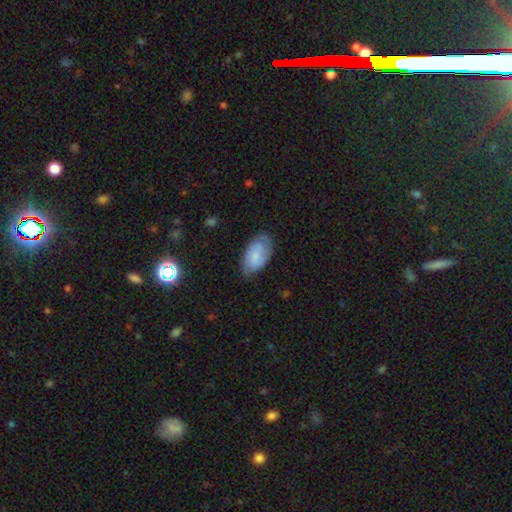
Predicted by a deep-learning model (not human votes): A smooth galaxy with no disk features (74%) that is in between round and cigar-shaped (94%). Merging: none (72%).